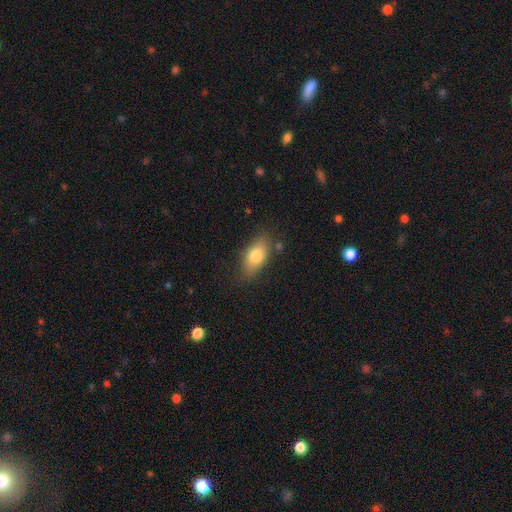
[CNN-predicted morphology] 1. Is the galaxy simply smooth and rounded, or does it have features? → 79% smooth, 14% featured or disk, 7% star or artifact.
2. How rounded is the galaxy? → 88% in between, 7% cigar-shaped, 6% round.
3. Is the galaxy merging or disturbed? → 78% none, 16% minor disturbance, 4% major disturbance, 3% merger.